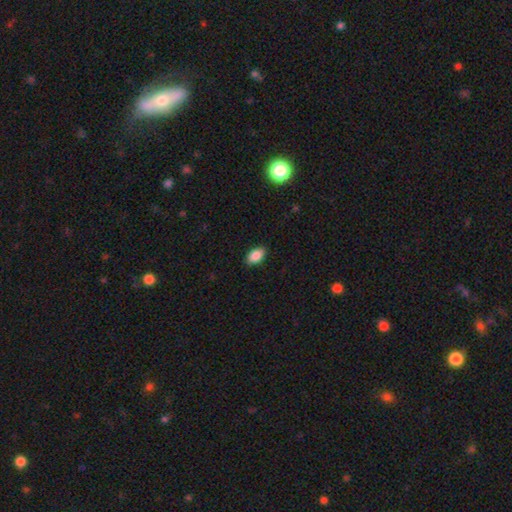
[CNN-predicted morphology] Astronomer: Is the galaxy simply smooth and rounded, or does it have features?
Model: smooth — 87%.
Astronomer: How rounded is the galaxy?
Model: in between — 92%.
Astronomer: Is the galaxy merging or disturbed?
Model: none — 88%.